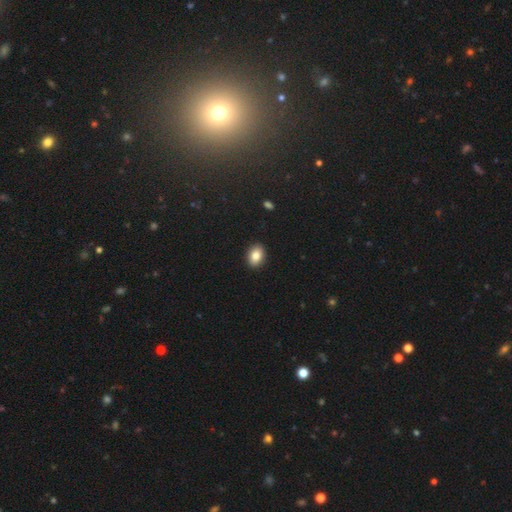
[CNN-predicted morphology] smooth_or_featured: smooth (p=0.85) [alt: star or artifact p=0.09]
how_rounded: in between (p=0.74) [alt: round p=0.25]
merging: none (p=0.91) [alt: minor disturbance p=0.06]